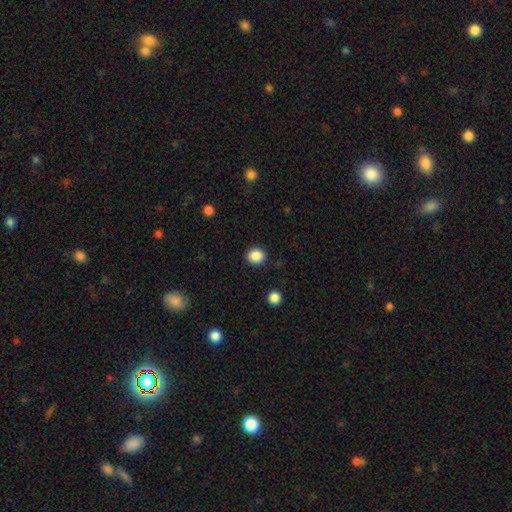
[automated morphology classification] smooth 87%, star or artifact 10%, featured or disk 3%. Down the decision tree: how rounded — round (85%); merging — none (91%).